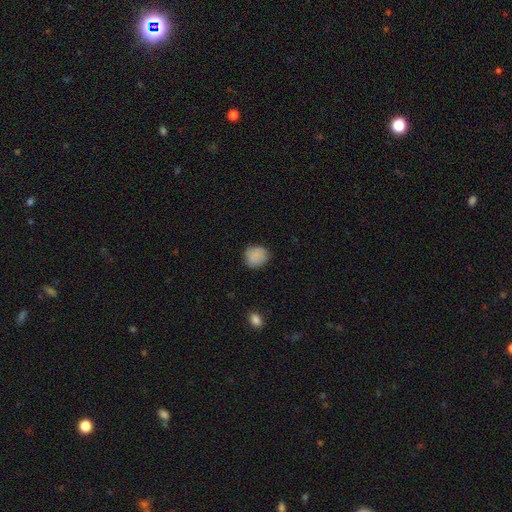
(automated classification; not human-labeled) Smooth or featured: smooth — 86% (star or artifact — 9%)
How rounded: round — 78% (in between — 21%)
Merging: none — 79% (minor disturbance — 16%)